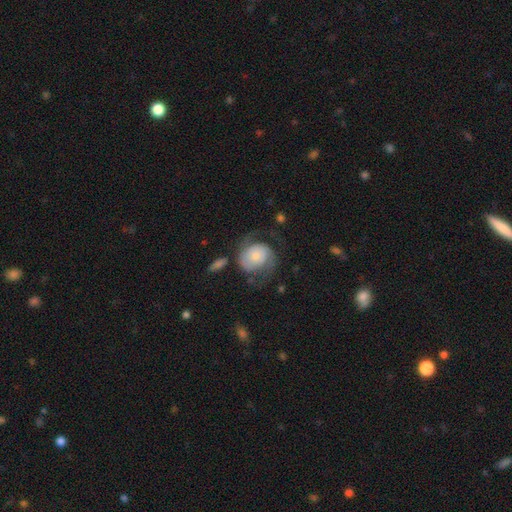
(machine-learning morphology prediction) Smooth or featured? featured or disk (63%)
Edge-on disk? no (97%)
Bar? no (77%)
Spiral arms? yes (88%)
Spiral winding? medium (41%)
Spiral arm count? 2 (79%)
Bulge size? small (58%)
Merging? none (50%)